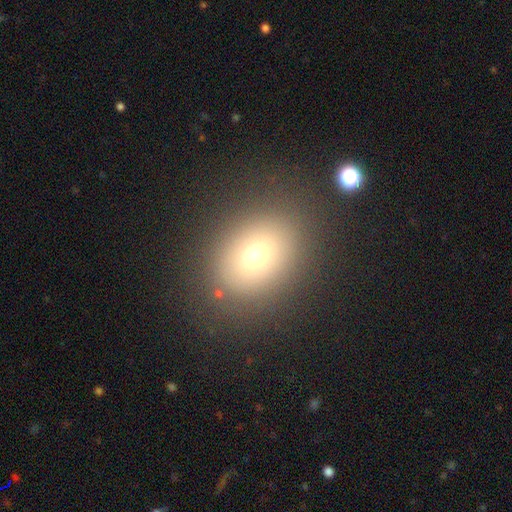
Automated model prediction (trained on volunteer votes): smooth-or-featured: smooth: 70% | star or artifact: 17% | featured or disk: 13%
  how-rounded: in between: 53% | round: 46% | cigar-shaped: 1%
  merging: none: 82% | minor disturbance: 10% | major disturbance: 6% | merger: 2%